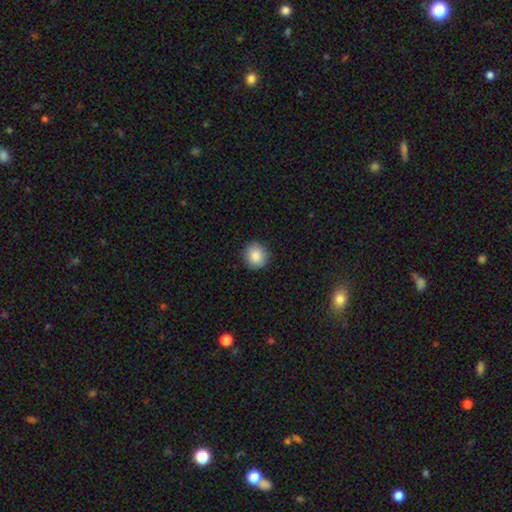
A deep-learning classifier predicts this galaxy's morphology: smooth-or-featured: smooth: 88% | star or artifact: 8% | featured or disk: 4%
  how-rounded: round: 87% | in between: 12% | cigar-shaped: 1%
  merging: none: 90% | minor disturbance: 7% | major disturbance: 2% | merger: 1%